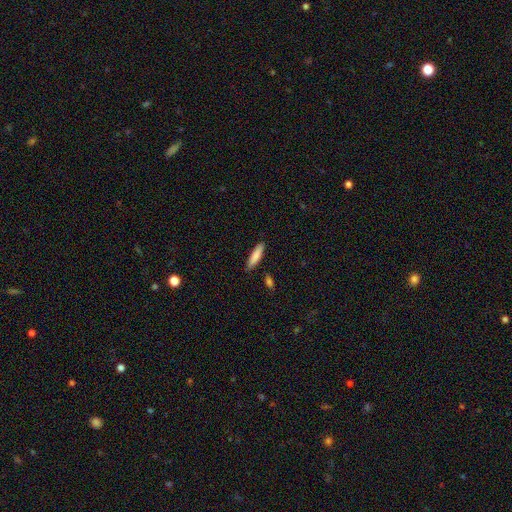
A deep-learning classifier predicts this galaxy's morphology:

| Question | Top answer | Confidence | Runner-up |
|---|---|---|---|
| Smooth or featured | smooth | 84% | featured or disk (10%) |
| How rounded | cigar-shaped | 75% | in between (24%) |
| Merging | none | 86% | minor disturbance (10%) |